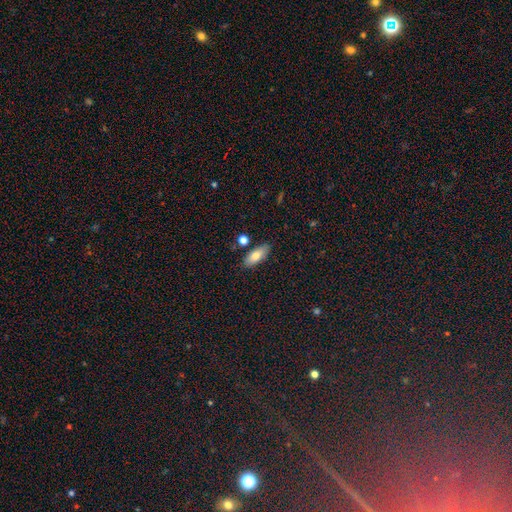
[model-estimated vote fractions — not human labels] Q: Smooth or featured?
A: smooth (78%); runner-up: featured or disk (15%)
Q: How rounded?
A: in between (78%); runner-up: cigar-shaped (19%)
Q: Merging?
A: none (82%); runner-up: minor disturbance (11%)